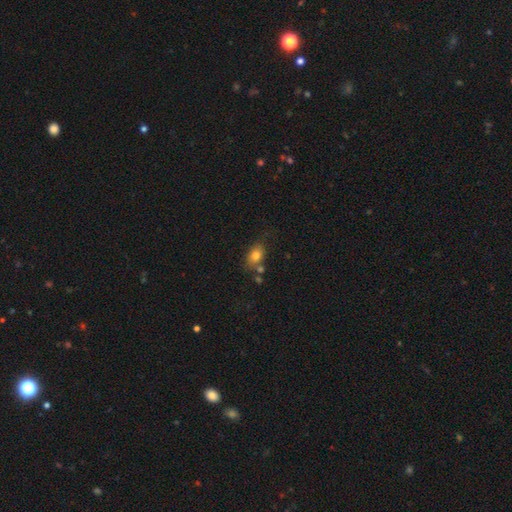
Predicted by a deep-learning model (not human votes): This appears to be a smooth galaxy with no disk features (79%) that is in between round and cigar-shaped (76%). Merging: none (60%).